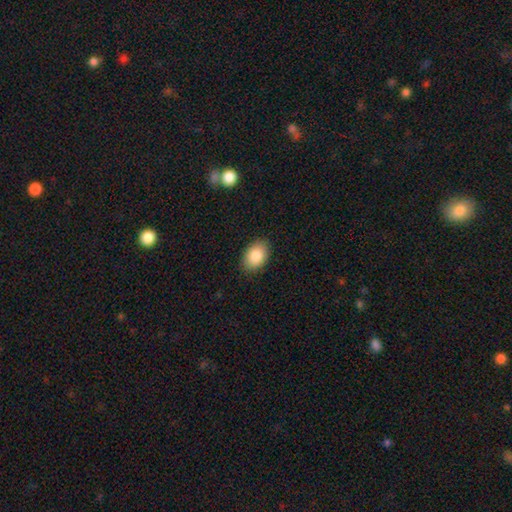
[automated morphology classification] Smooth or featured?
  - smooth: 86% *
  - star or artifact: 7%
  - featured or disk: 7%
How rounded?
  - in between: 83% *
  - round: 16%
  - cigar-shaped: 1%
Merging?
  - none: 88% *
  - minor disturbance: 9%
  - major disturbance: 2%
  - merger: 1%